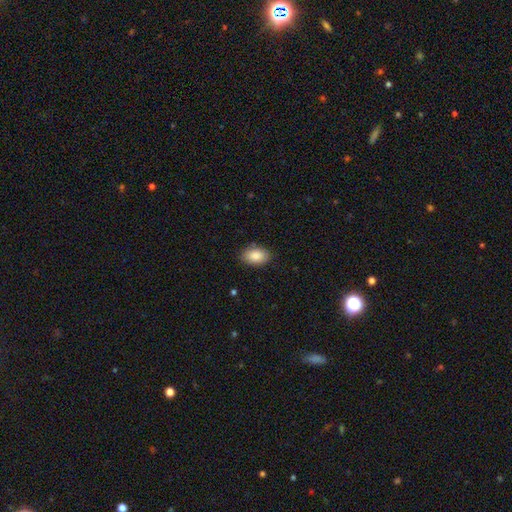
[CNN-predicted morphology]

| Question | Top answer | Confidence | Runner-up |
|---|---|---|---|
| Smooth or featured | smooth | 88% | star or artifact (7%) |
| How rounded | in between | 90% | round (9%) |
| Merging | none | 86% | minor disturbance (11%) |